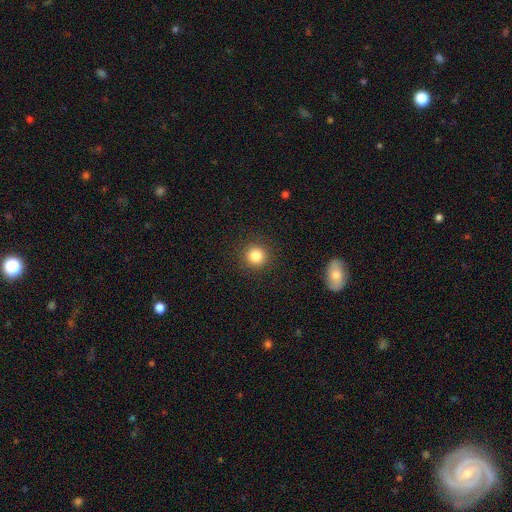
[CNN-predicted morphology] type=smooth (84%); roundness=round (94%); merging=none (91%).